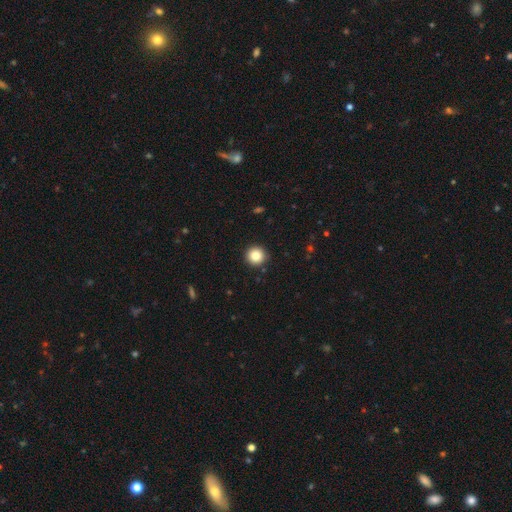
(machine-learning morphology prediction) type=smooth (83%); roundness=round (95%); merging=none (92%).